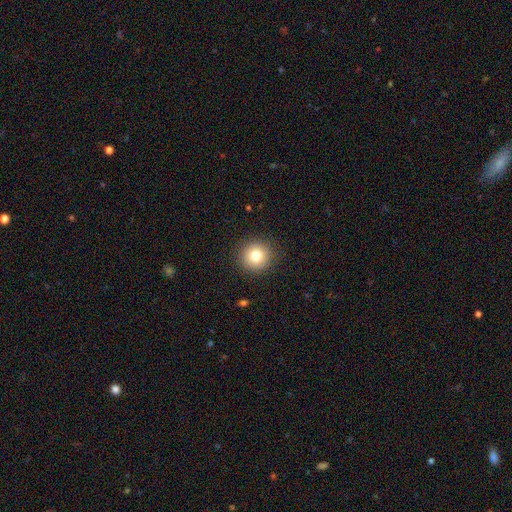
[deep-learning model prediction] Smooth or featured: smooth — 79% (star or artifact — 11%)
How rounded: round — 94% (in between — 5%)
Merging: none — 91% (minor disturbance — 6%)